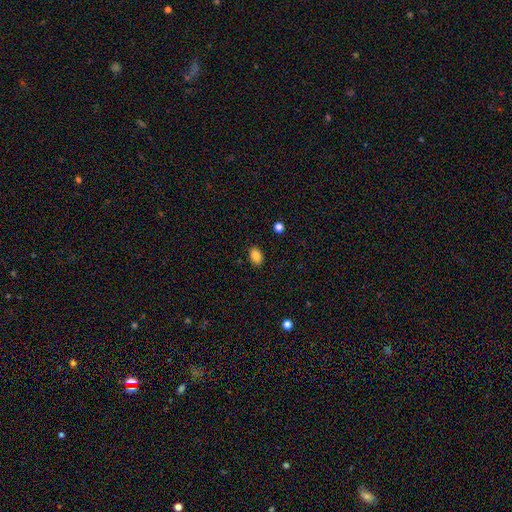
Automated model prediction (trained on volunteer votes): This appears to be a smooth galaxy with no disk features (85%) that is in between round and cigar-shaped (83%). Merging: none (88%).